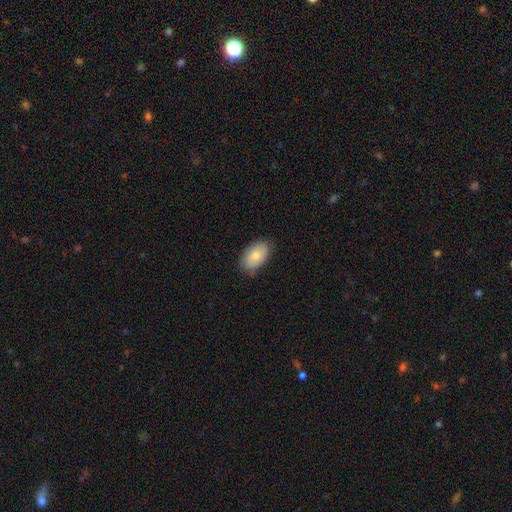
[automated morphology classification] A smooth galaxy with no disk features (78%) that is in between round and cigar-shaped (92%). Merging: none (79%).